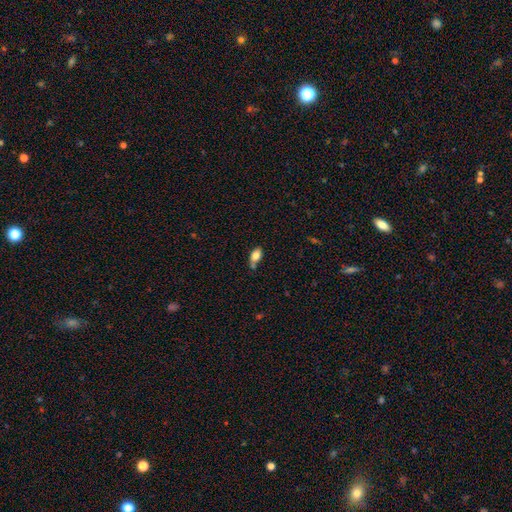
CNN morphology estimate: Smooth or featured?
  - smooth: 78% *
  - featured or disk: 14%
  - star or artifact: 8%
How rounded?
  - in between: 87% *
  - round: 7%
  - cigar-shaped: 5%
Merging?
  - none: 57% *
  - minor disturbance: 25%
  - merger: 12%
  - major disturbance: 6%